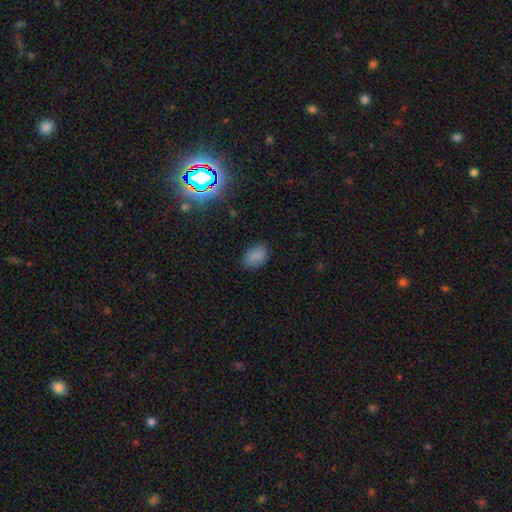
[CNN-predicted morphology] Overall: smooth (84%). How rounded: in between (86%). Merging: none (80%).